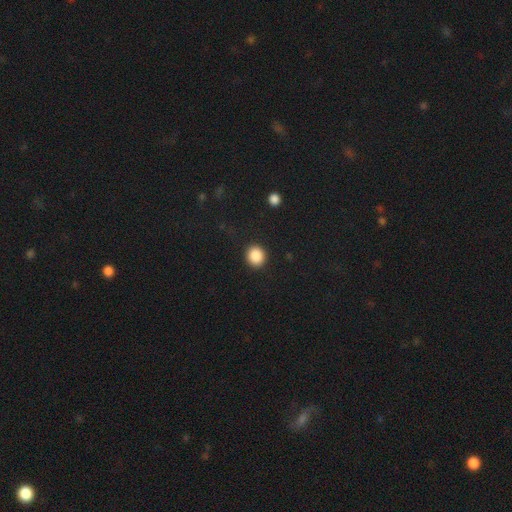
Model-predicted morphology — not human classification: smooth-or-featured: smooth: 88% | star or artifact: 9% | featured or disk: 3%
  how-rounded: round: 85% | in between: 14% | cigar-shaped: 1%
  merging: none: 91% | minor disturbance: 5% | major disturbance: 2% | merger: 1%